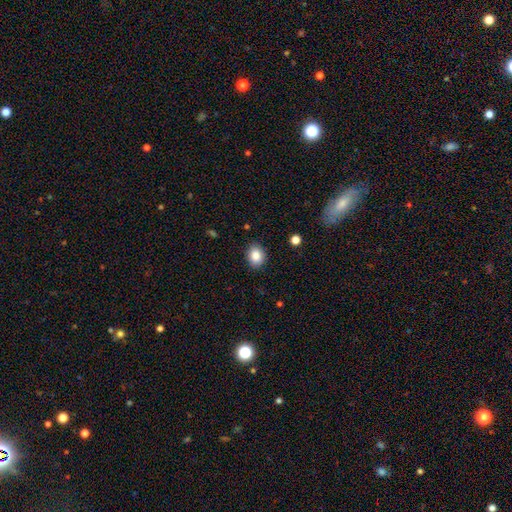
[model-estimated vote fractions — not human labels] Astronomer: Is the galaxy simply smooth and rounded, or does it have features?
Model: smooth — 85%.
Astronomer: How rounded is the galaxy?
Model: in between — 50% (runner-up: round, 49%).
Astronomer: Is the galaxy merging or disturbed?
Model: none — 88%.